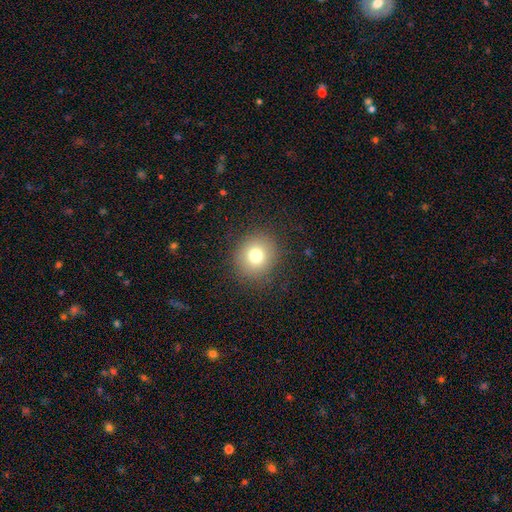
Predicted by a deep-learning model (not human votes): This is likely a smooth galaxy (76%). How rounded: clearly round (87%). Merging: clearly none (88%).